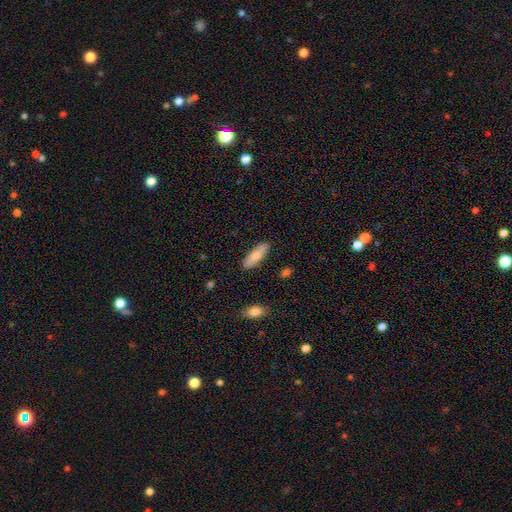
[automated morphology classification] smooth_or_featured: smooth (p=0.69) [alt: featured or disk p=0.26]
how_rounded: in between (p=0.54) [alt: cigar-shaped p=0.43]
merging: none (p=0.87) [alt: minor disturbance p=0.09]